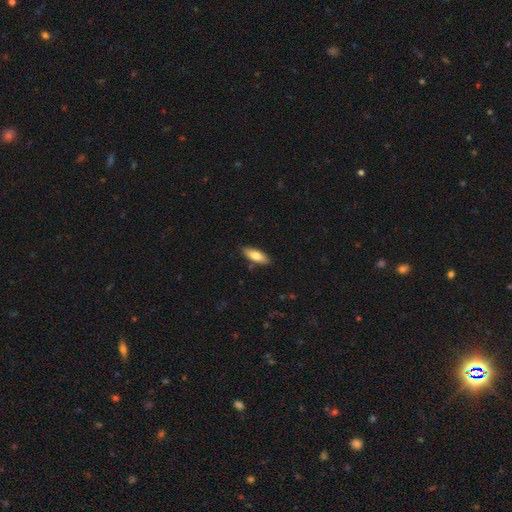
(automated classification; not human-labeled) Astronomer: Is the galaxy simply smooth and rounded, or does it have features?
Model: smooth — 74%.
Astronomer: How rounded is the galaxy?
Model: in between — 68%.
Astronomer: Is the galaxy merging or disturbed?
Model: none — 85%.